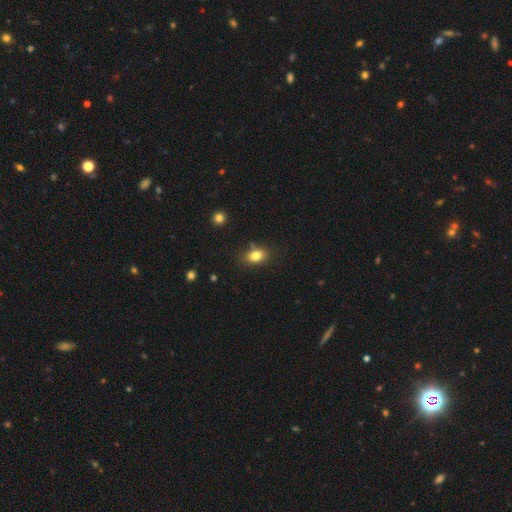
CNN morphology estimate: This is clearly a smooth galaxy (82%). How rounded: likely in between (78%). Merging: likely none (77%).